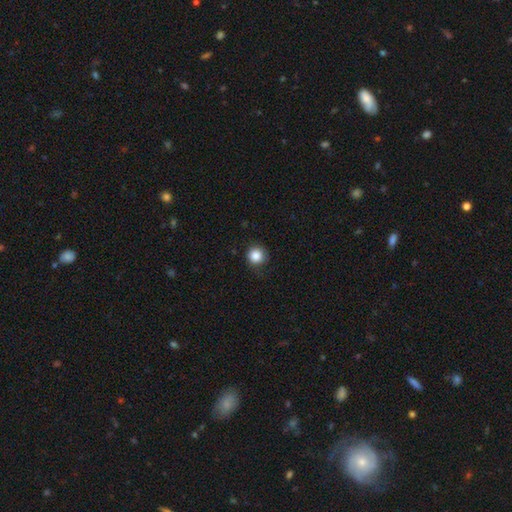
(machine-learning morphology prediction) Smooth or featured? smooth (85%)
How rounded? round (94%)
Merging? none (80%)